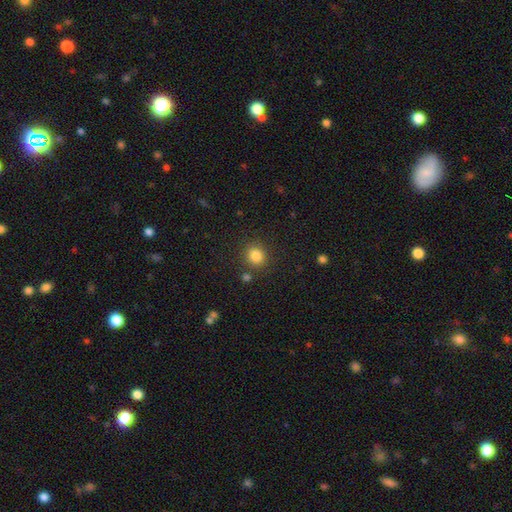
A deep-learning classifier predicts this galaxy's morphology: Smooth or featured? smooth (84%)
How rounded? round (80%)
Merging? none (83%)